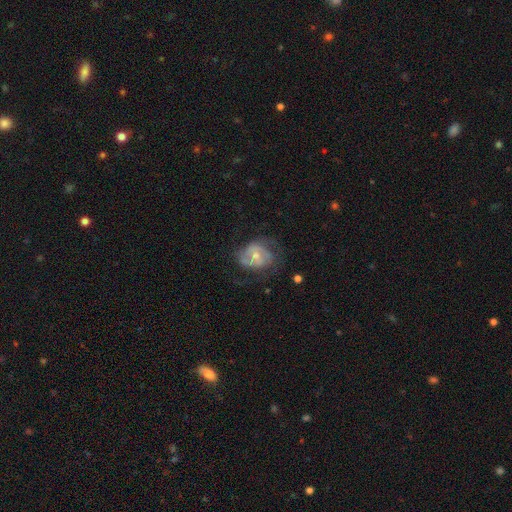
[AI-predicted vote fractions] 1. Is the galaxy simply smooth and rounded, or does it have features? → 69% featured or disk, 24% smooth, 7% star or artifact.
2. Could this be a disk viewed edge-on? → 97% no, 3% yes.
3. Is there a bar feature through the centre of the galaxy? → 60% no, 34% weak, 7% strong.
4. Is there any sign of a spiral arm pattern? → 76% yes, 24% no.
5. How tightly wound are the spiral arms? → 41% medium, 38% tight, 20% loose.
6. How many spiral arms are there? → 42% 2, 33% can't tell, 12% 3, 7% 1, 3% 4, 3% more than 4.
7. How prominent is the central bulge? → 50% moderate, 43% small, 3% none, 3% large, 1% dominant.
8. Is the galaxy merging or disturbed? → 50% none, 25% minor disturbance, 23% major disturbance, 2% merger.